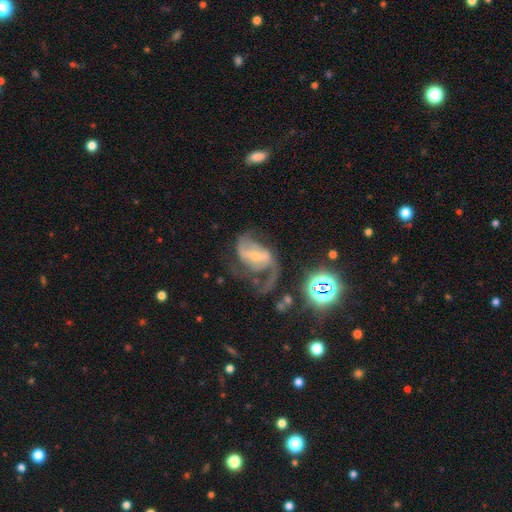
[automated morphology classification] Smooth or featured: featured or disk — 82% (smooth — 10%)
Edge-on disk: no — 97% (yes — 3%)
Bar: strong — 39% (tied with weak — 39%)
Spiral arms: yes — 92% (no — 8%)
Spiral winding: loose — 47% (medium — 42%)
Spiral arm count: 2 — 74% (1 — 14%)
Bulge size: small — 64% (moderate — 27%)
Merging: major disturbance — 40% (none — 38%)